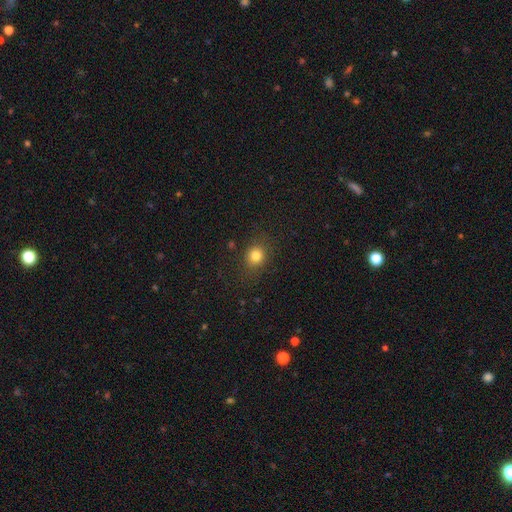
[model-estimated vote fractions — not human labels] The model was most divided on "how rounded": round: 73%, in between: 26%, cigar-shaped: 1%. More confident: merging — none (82%); smooth or featured — smooth (81%).